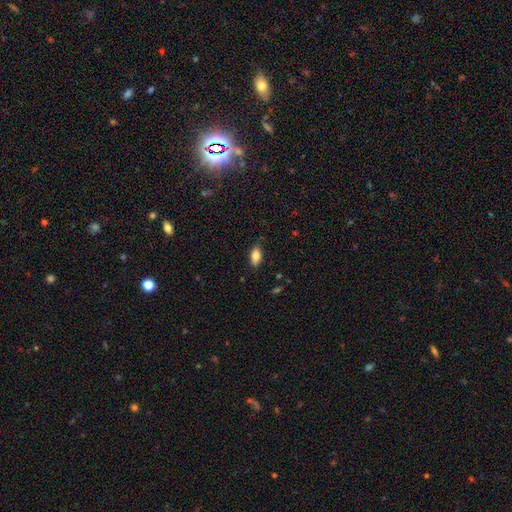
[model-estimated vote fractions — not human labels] Smooth or featured? smooth (81%)
How rounded? in between (88%)
Merging? none (84%)